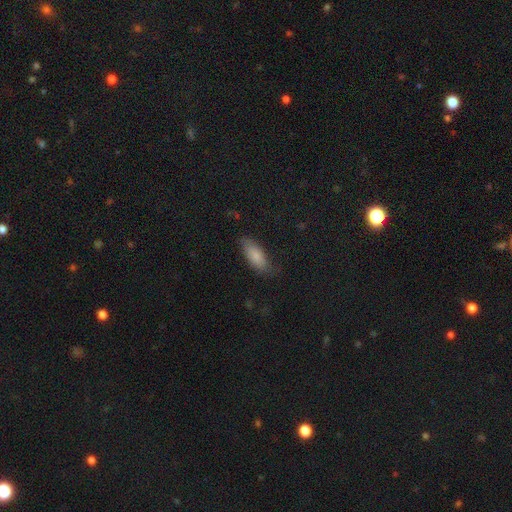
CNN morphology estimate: Smooth or featured? smooth (82%)
How rounded? in between (78%)
Merging? none (72%)